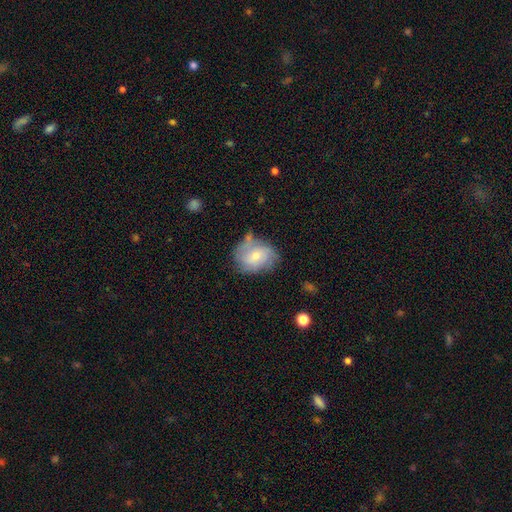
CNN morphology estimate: The model was most divided on "smooth or featured": featured or disk: 50%, smooth: 43%, star or artifact: 8%. More confident: merging — none (57%).